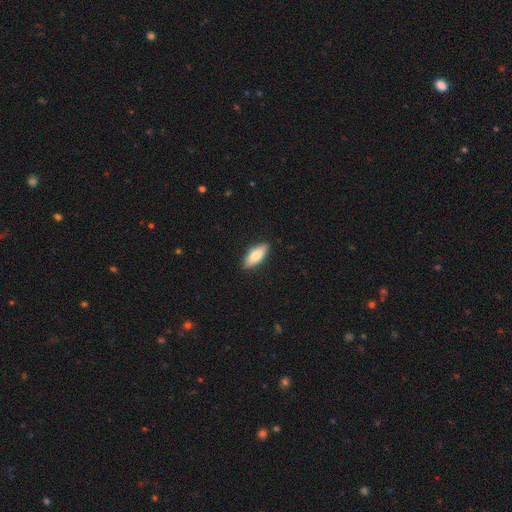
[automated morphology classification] type=smooth (76%); roundness=in between (77%); merging=none (89%).